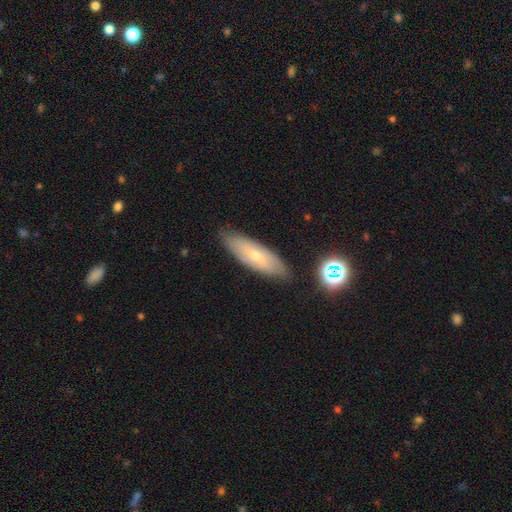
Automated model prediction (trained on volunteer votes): Smooth or featured: smooth — 49% (featured or disk — 42%)
Merging: none — 82% (minor disturbance — 13%)